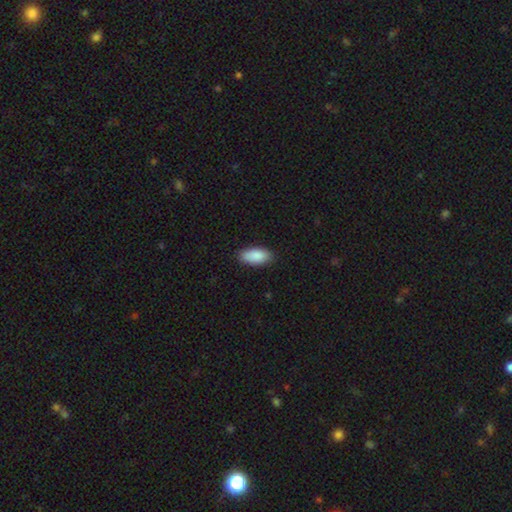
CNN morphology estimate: Smooth or featured?
  - smooth: 90% *
  - star or artifact: 6%
  - featured or disk: 5%
How rounded?
  - in between: 91% *
  - cigar-shaped: 7%
  - round: 2%
Merging?
  - none: 87% *
  - minor disturbance: 10%
  - major disturbance: 2%
  - merger: 1%